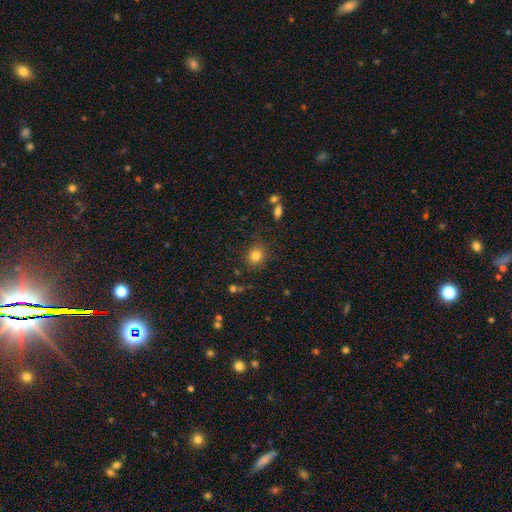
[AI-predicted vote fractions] This appears to be a smooth galaxy with no disk features (81%) that is round (80%). Merging: none (82%).